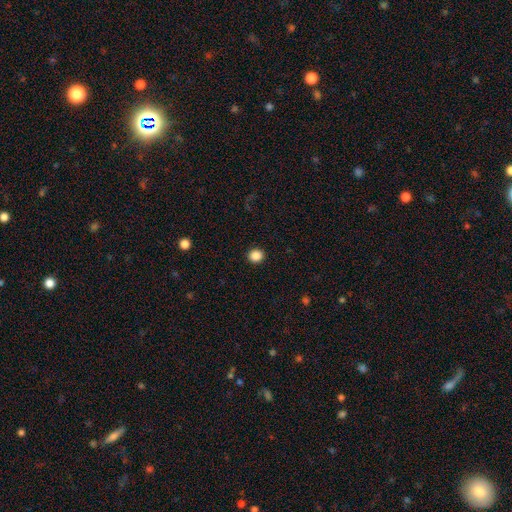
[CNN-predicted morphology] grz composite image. It shows a smooth galaxy with no disk features (87%) that is round (83%). Merging: none (92%).